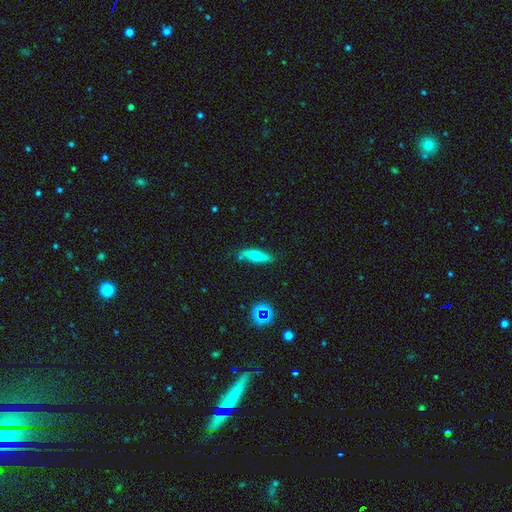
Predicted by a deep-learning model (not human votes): Smooth or featured: smooth — 51% (featured or disk — 40%)
How rounded: cigar-shaped — 68% (in between — 29%)
Merging: none — 80% (minor disturbance — 15%)